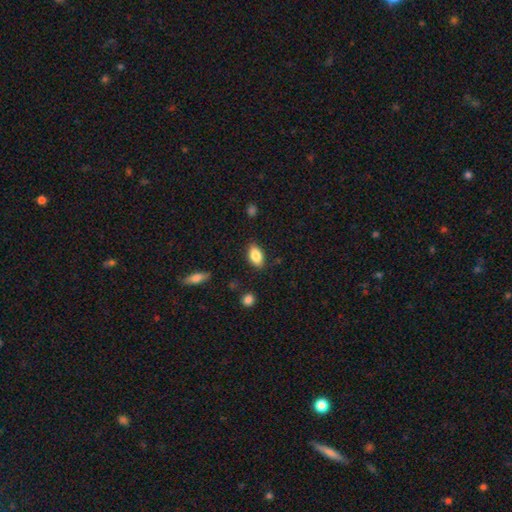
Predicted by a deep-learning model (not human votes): Smooth or featured: smooth — 83% (featured or disk — 10%)
How rounded: in between — 90% (round — 6%)
Merging: none — 83% (minor disturbance — 12%)